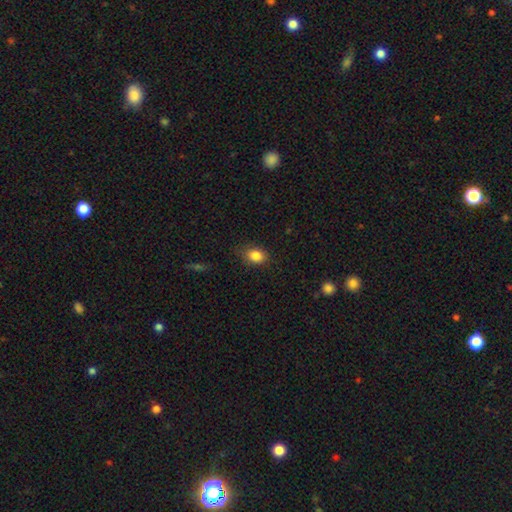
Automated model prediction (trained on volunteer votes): A smooth galaxy with no disk features (85%) that is in between round and cigar-shaped (71%).

Vote fractions:
- Smooth or featured? smooth: 85% / star or artifact: 10% / featured or disk: 6%
- How rounded? in between: 71% / round: 27% / cigar-shaped: 1%
- Merging? none: 76% / minor disturbance: 19% / major disturbance: 4% / merger: 1%